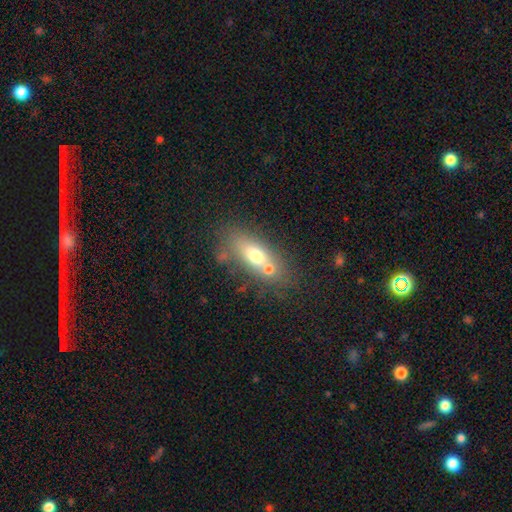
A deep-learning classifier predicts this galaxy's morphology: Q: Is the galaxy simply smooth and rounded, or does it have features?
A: smooth — 64%.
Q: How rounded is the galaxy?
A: in between — 71%.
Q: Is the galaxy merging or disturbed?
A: none — 46%.